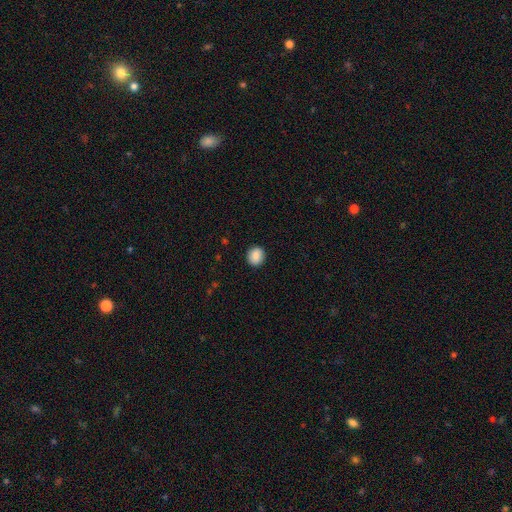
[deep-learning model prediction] This appears to be a smooth galaxy with no disk features (87%) that is round (86%). Merging: none (91%).